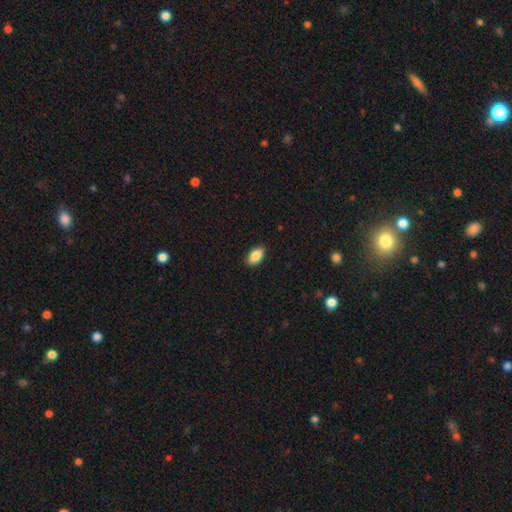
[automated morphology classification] This is clearly a smooth galaxy (88%). How rounded: clearly in between (92%). Merging: clearly none (88%).